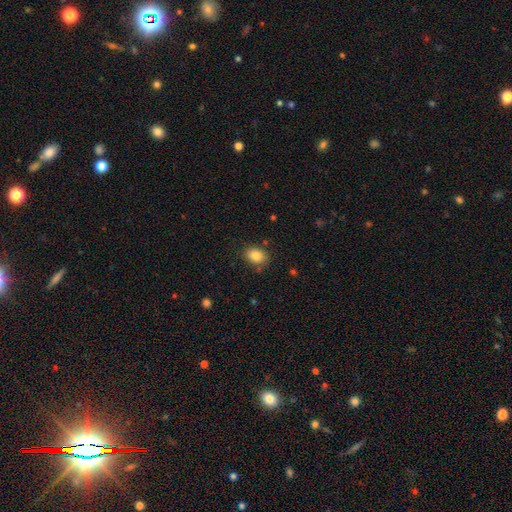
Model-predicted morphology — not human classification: Q: Smooth or featured?
A: smooth (85%); runner-up: star or artifact (9%)
Q: How rounded?
A: in between (71%); runner-up: round (28%)
Q: Merging?
A: none (82%); runner-up: minor disturbance (12%)